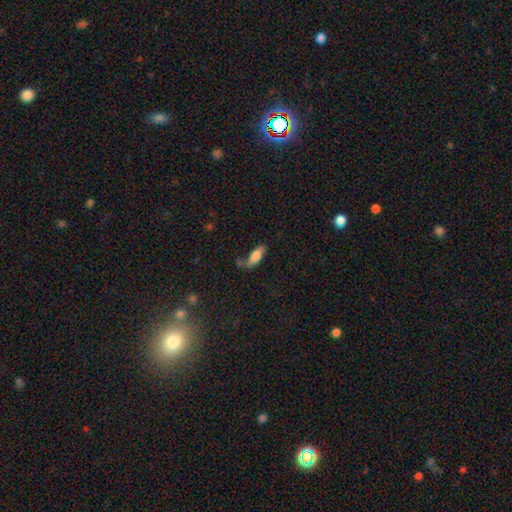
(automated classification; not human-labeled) A smooth galaxy with no disk features (77%) that is in between round and cigar-shaped (71%).

Vote fractions:
- Smooth or featured? smooth: 77% / featured or disk: 15% / star or artifact: 8%
- How rounded? in between: 71% / cigar-shaped: 26% / round: 2%
- Merging? none: 48% / minor disturbance: 26% / major disturbance: 14% / merger: 12%